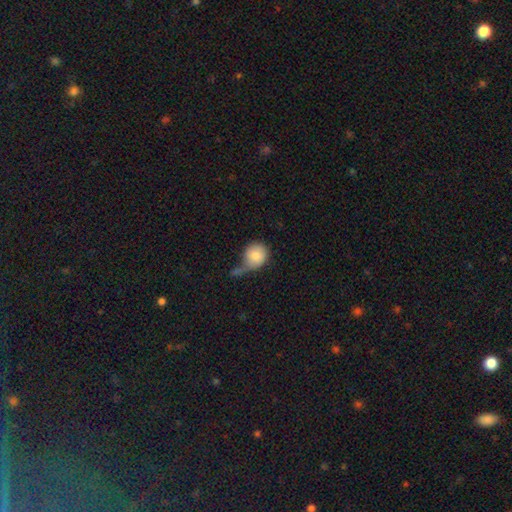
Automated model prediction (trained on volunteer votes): Morphology: type=smooth (80%); roundness=round (79%); merging=major disturbance (34%).